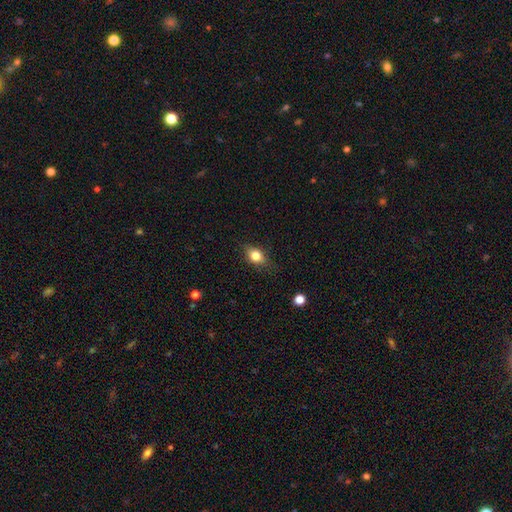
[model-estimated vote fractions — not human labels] This is likely a smooth galaxy (76%). How rounded: likely in between (64%). Merging: likely none (74%).